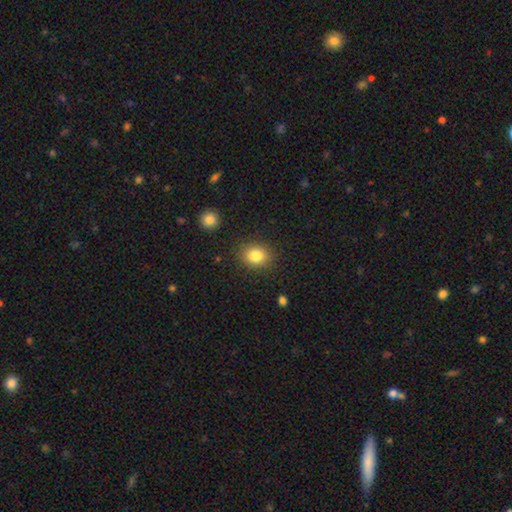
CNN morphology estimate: A smooth galaxy with no disk features (83%) that is round (62%).

Vote fractions:
- Smooth or featured? smooth: 83% / star or artifact: 10% / featured or disk: 7%
- How rounded? round: 62% / in between: 37% / cigar-shaped: 1%
- Merging? none: 86% / minor disturbance: 9% / major disturbance: 3% / merger: 2%